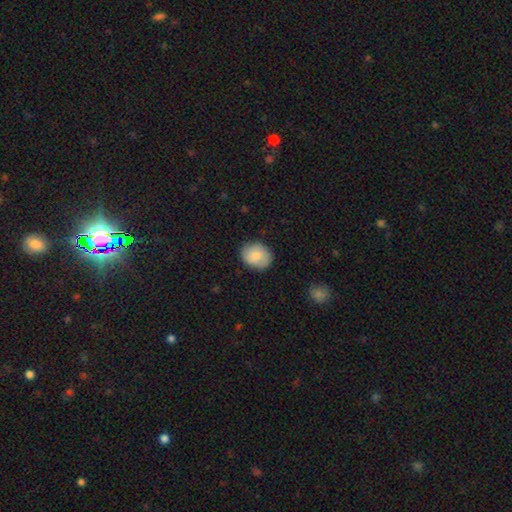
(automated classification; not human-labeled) Overall: smooth (76%). How rounded: round (61%; in between 38%). Merging: none (83%).